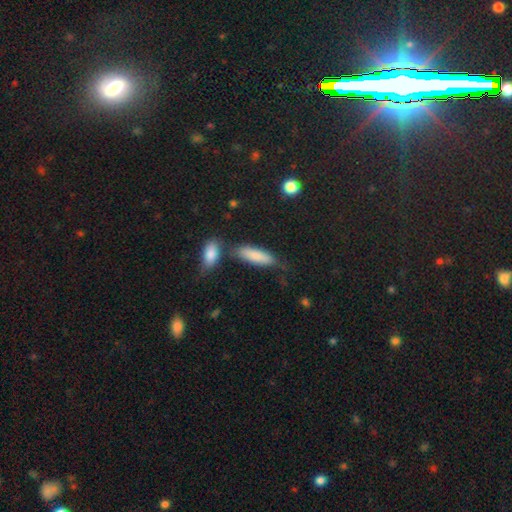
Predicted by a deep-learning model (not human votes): Smooth or featured?
  - smooth: 83% *
  - featured or disk: 11%
  - star or artifact: 7%
How rounded?
  - in between: 50% *
  - cigar-shaped: 48%
  - round: 2%
Merging?
  - none: 62% *
  - minor disturbance: 18%
  - merger: 15%
  - major disturbance: 6%